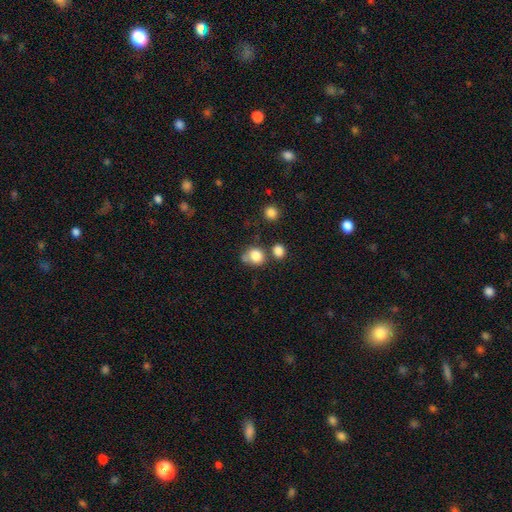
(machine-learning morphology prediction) Smooth or featured: smooth — 82% (star or artifact — 11%)
How rounded: round — 74% (in between — 25%)
Merging: none — 53% (merger — 23%)